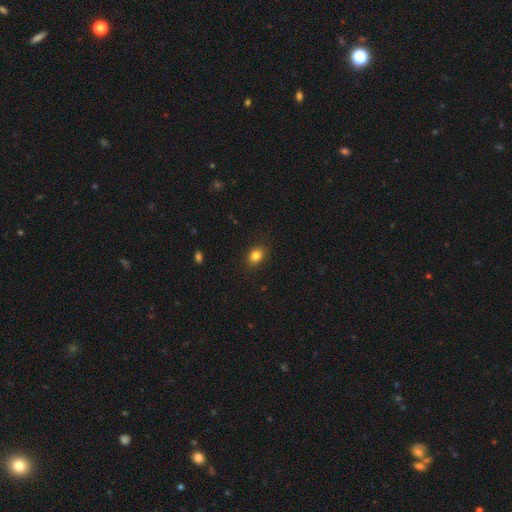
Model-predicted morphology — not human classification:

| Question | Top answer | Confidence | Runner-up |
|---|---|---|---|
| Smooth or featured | smooth | 84% | star or artifact (10%) |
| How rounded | in between | 67% | round (32%) |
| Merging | none | 87% | minor disturbance (10%) |